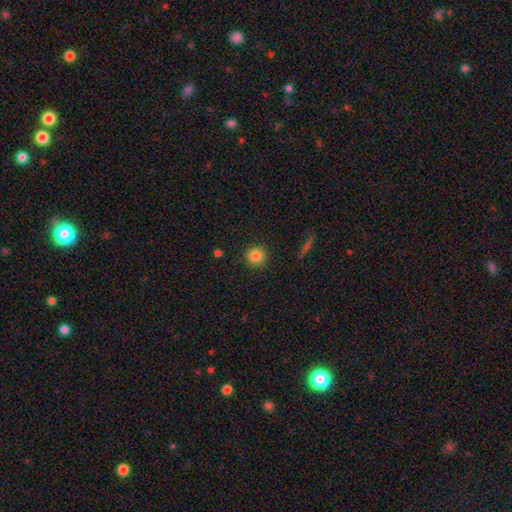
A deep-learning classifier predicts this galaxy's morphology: A smooth galaxy with no disk features (84%) that is round (94%).

Vote fractions:
- Smooth or featured? smooth: 84% / star or artifact: 11% / featured or disk: 6%
- How rounded? round: 94% / in between: 5% / cigar-shaped: 1%
- Merging? none: 90% / minor disturbance: 6% / major disturbance: 2% / merger: 1%